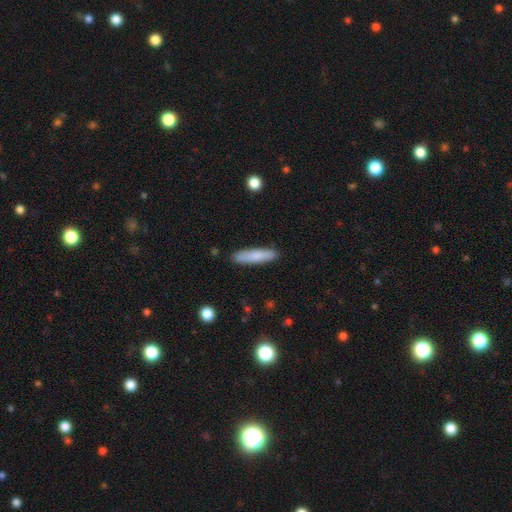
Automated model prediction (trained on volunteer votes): Smooth or featured?
  - smooth: 80% *
  - featured or disk: 14%
  - star or artifact: 6%
How rounded?
  - cigar-shaped: 84% *
  - in between: 14%
  - round: 1%
Merging?
  - none: 89% *
  - minor disturbance: 8%
  - major disturbance: 2%
  - merger: 1%